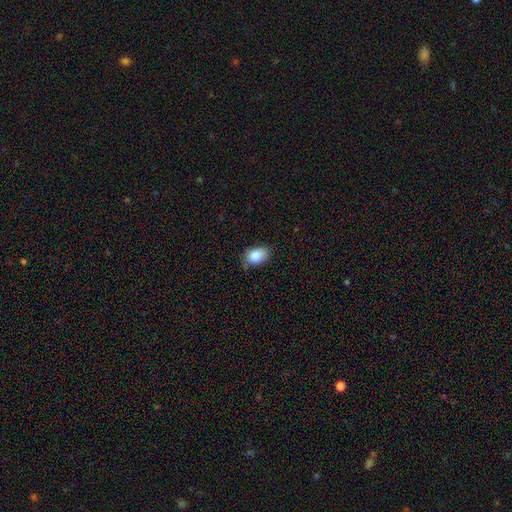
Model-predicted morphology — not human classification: Smooth or featured?
  - smooth: 87% *
  - star or artifact: 8%
  - featured or disk: 6%
How rounded?
  - in between: 84% *
  - round: 15%
  - cigar-shaped: 1%
Merging?
  - none: 67% *
  - minor disturbance: 27%
  - major disturbance: 5%
  - merger: 2%